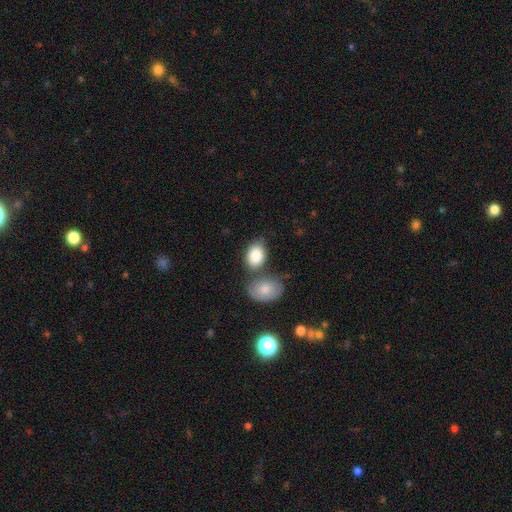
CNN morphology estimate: This appears to be a smooth galaxy with no disk features (86%) that is in between round and cigar-shaped (81%). Merging: none (50%).